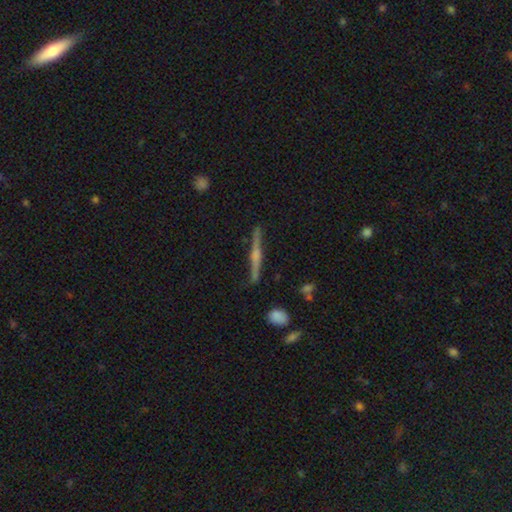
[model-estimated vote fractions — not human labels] smooth_or_featured: featured or disk (p=0.66) [alt: smooth p=0.20]
disk_edge_on: yes (p=0.92) [alt: no p=0.08]
edge_on_bulge: rounded (p=0.79) [alt: none p=0.14]
merging: none (p=0.83) [alt: minor disturbance p=0.10]